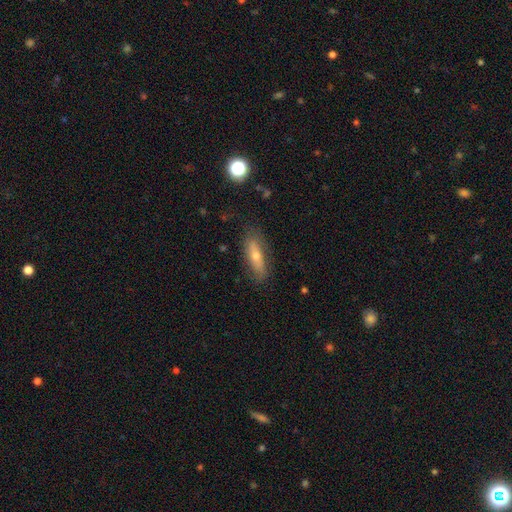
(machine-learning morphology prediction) type=smooth (50%); roundness=cigar-shaped (55%); merging=none (79%).